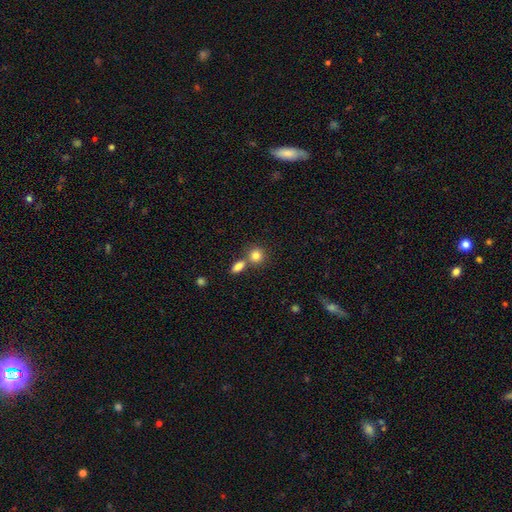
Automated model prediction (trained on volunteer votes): smooth_or_featured: smooth (p=0.83) [alt: star or artifact p=0.10]
how_rounded: round (p=0.76) [alt: in between p=0.23]
merging: none (p=0.54) [alt: merger p=0.34]